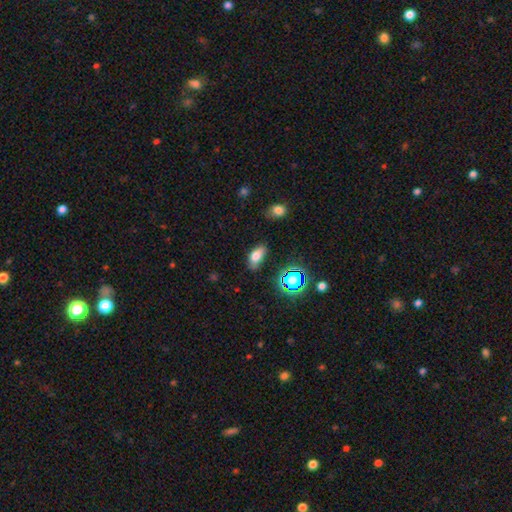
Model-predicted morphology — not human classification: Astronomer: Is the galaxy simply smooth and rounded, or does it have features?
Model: smooth — 74%.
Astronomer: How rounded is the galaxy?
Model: in between — 84%.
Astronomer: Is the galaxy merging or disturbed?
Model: none — 72%.